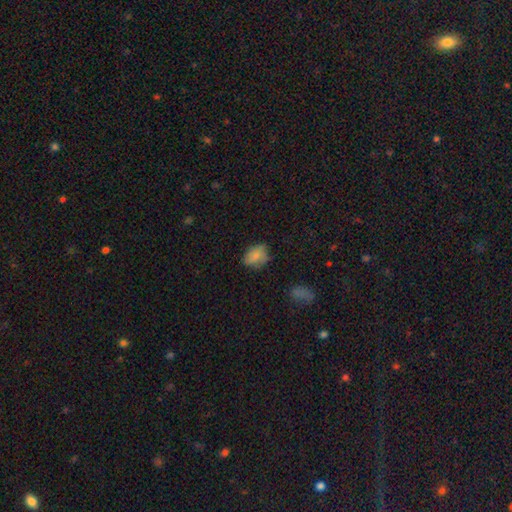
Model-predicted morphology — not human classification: smooth-or-featured: smooth: 78% | featured or disk: 13% | star or artifact: 9%
  how-rounded: in between: 73% | round: 25% | cigar-shaped: 2%
  merging: none: 62% | minor disturbance: 29% | major disturbance: 8% | merger: 2%